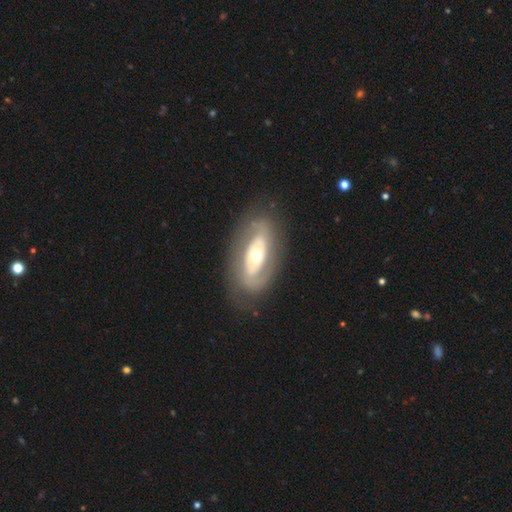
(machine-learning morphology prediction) Smooth or featured? featured or disk (67%)
Edge-on disk? no (90%)
Bar? no (79%)
Spiral arms? no (67%)
Bulge size? moderate (69%)
Merging? none (77%)